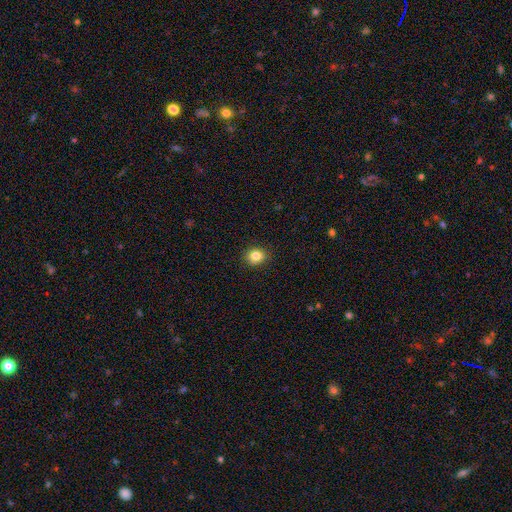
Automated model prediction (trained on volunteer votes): Overall: smooth (83%). How rounded: round (68%; in between 31%). Merging: none (90%).